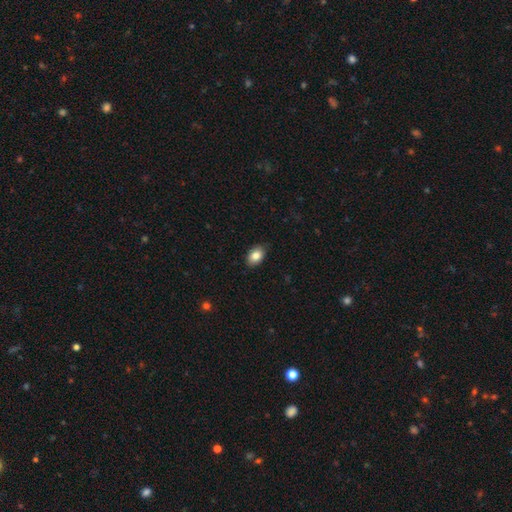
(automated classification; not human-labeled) Q: Smooth or featured?
A: smooth (85%); runner-up: featured or disk (8%)
Q: How rounded?
A: in between (85%); runner-up: round (13%)
Q: Merging?
A: none (85%); runner-up: minor disturbance (12%)